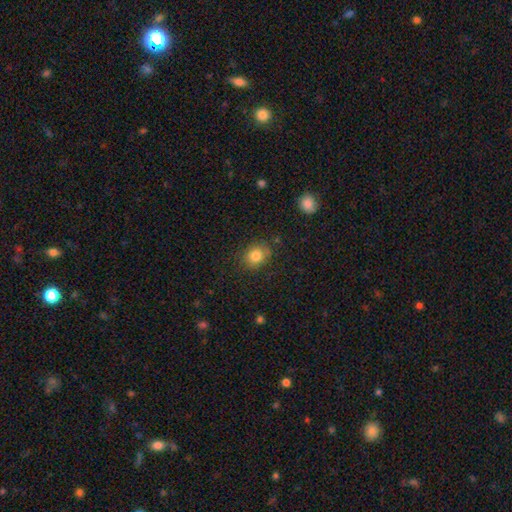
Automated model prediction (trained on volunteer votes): Q: Smooth or featured?
A: smooth (82%); runner-up: star or artifact (11%)
Q: How rounded?
A: round (65%); runner-up: in between (34%)
Q: Merging?
A: none (81%); runner-up: minor disturbance (13%)